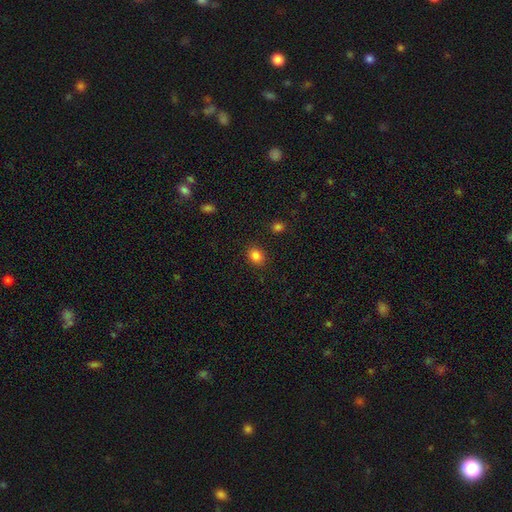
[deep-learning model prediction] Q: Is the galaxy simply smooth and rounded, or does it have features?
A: smooth — 84%.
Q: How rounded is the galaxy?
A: in between — 50%.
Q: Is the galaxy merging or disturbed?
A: none — 88%.